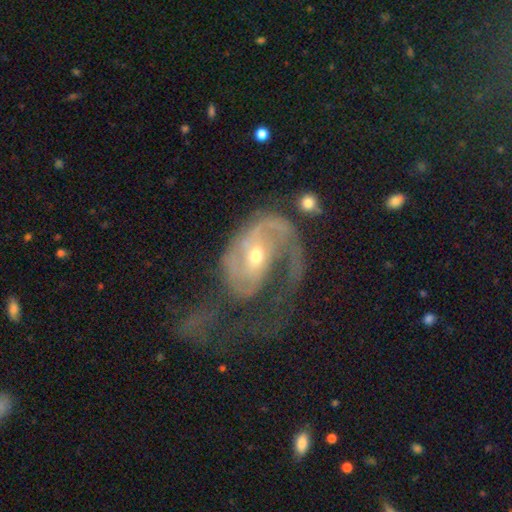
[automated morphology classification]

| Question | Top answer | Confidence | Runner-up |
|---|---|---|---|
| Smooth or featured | featured or disk | 82% | smooth (12%) |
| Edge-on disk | no | 97% | yes (3%) |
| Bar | no | 50% | weak (37%) |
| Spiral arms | yes | 88% | no (12%) |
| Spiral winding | medium | 41% | loose (35%) |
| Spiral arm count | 1 | 46% | 2 (35%) |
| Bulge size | small | 48% | moderate (47%) |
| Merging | major disturbance | 56% | none (23%) |